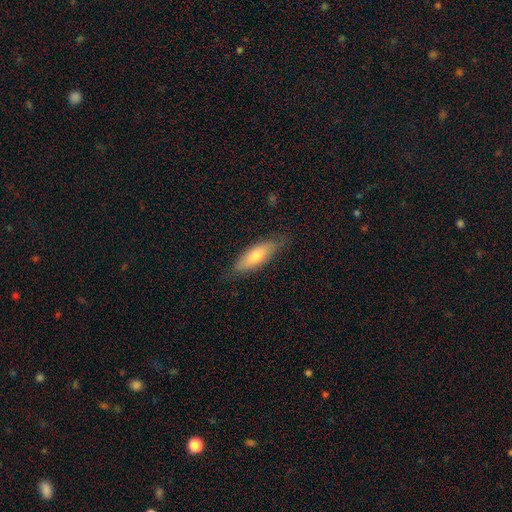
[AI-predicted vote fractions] Smooth or featured?
  - smooth: 70% *
  - featured or disk: 24%
  - star or artifact: 6%
How rounded?
  - in between: 57% *
  - cigar-shaped: 41%
  - round: 2%
Merging?
  - none: 78% *
  - minor disturbance: 18%
  - major disturbance: 3%
  - merger: 1%